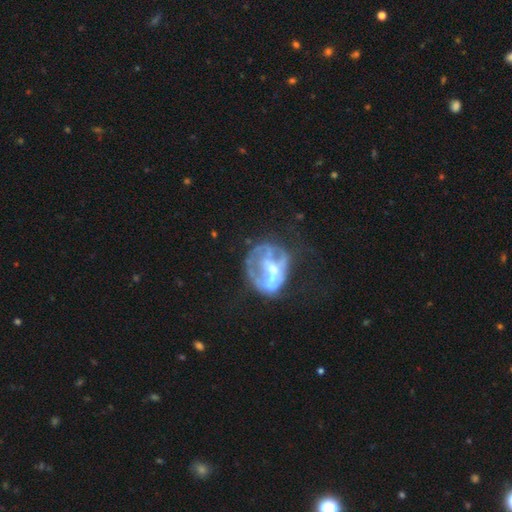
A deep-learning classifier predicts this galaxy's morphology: smooth_or_featured: featured or disk (p=0.70) [alt: smooth p=0.19]
disk_edge_on: no (p=0.96) [alt: yes p=0.04]
bar: no (p=0.48) [alt: weak p=0.30]
has_spiral_arms: no (p=0.61) [alt: yes p=0.39]
bulge_size: moderate (p=0.49) [alt: small p=0.41]
merging: major disturbance (p=0.40) [alt: none p=0.31]